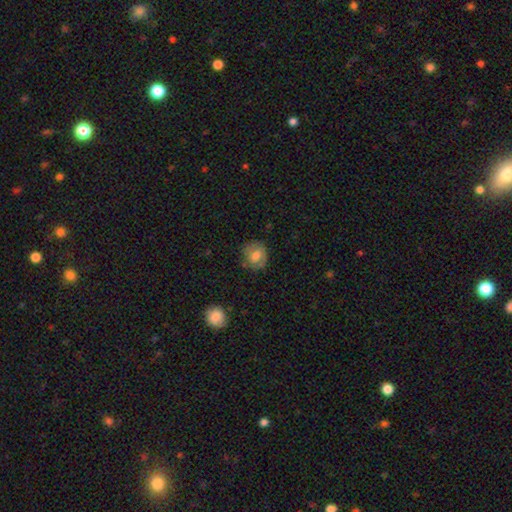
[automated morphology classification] smooth-or-featured: smooth: 67% | featured or disk: 25% | star or artifact: 9%
  how-rounded: round: 72% | in between: 27% | cigar-shaped: 1%
  merging: none: 73% | minor disturbance: 20% | major disturbance: 6% | merger: 2%